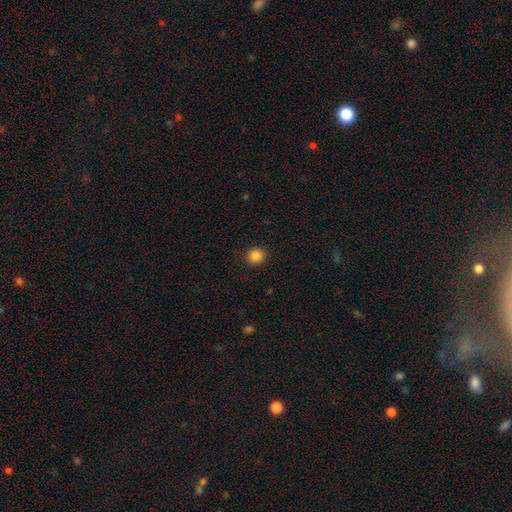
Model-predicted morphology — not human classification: The model was most divided on "smooth or featured": smooth: 86%, star or artifact: 11%, featured or disk: 3%. More confident: merging — none (91%); how rounded — round (90%).